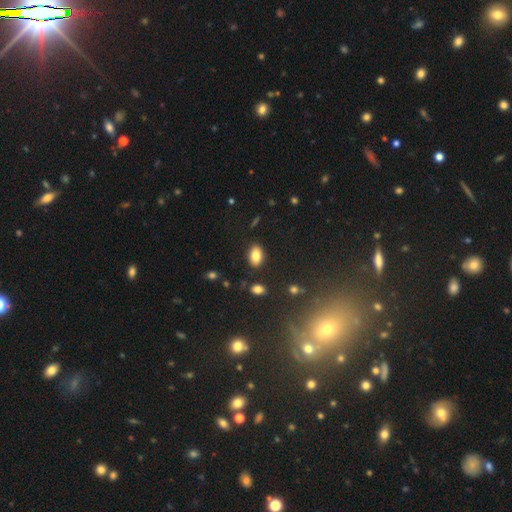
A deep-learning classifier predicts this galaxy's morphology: A smooth galaxy with no disk features (83%) that is in between round and cigar-shaped (88%). Merging: none (86%).